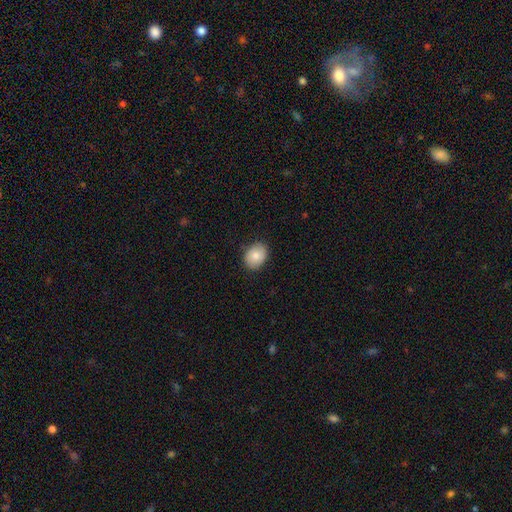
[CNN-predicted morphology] smooth-or-featured: smooth: 84% | featured or disk: 9% | star or artifact: 7%
  how-rounded: in between: 61% | round: 38% | cigar-shaped: 1%
  merging: none: 86% | minor disturbance: 11% | major disturbance: 2% | merger: 1%